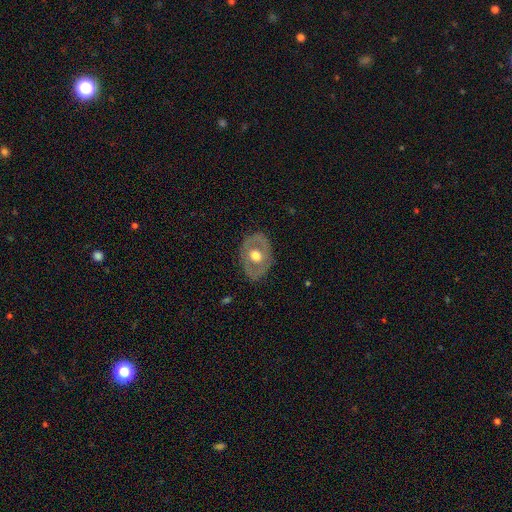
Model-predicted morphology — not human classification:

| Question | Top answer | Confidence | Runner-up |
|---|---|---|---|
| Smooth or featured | featured or disk | 57% | smooth (37%) |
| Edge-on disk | no | 91% | yes (9%) |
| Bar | no | 81% | weak (14%) |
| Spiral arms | no | 84% | yes (16%) |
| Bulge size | moderate | 65% | large (28%) |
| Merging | none | 80% | minor disturbance (14%) |